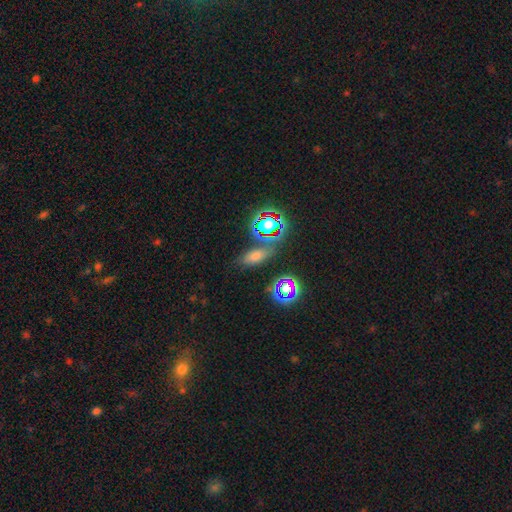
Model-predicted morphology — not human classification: Overall: smooth (54%; star or artifact 34%). How rounded: in between (74%). Merging: none (75%).